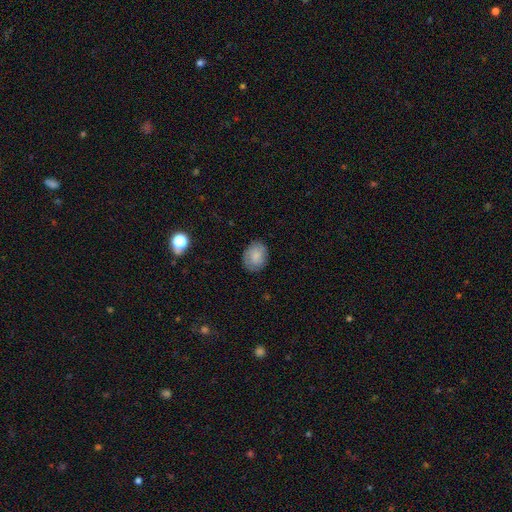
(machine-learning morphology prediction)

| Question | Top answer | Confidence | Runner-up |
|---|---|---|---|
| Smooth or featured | smooth | 77% | featured or disk (15%) |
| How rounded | in between | 61% | round (38%) |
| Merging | none | 81% | minor disturbance (15%) |